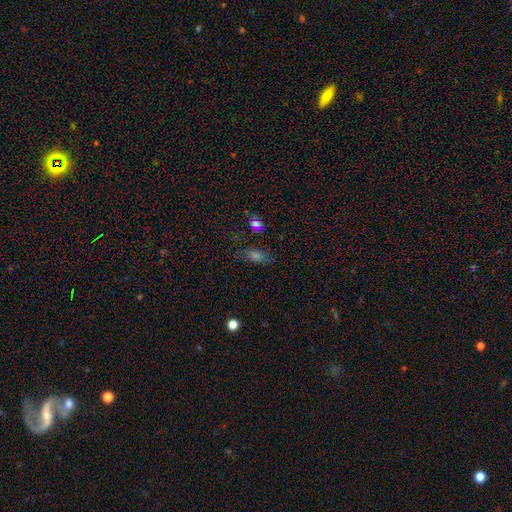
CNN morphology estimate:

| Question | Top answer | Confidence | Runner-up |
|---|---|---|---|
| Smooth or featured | smooth | 51% | star or artifact (29%) |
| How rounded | in between | 70% | round (17%) |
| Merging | none | 72% | minor disturbance (16%) |